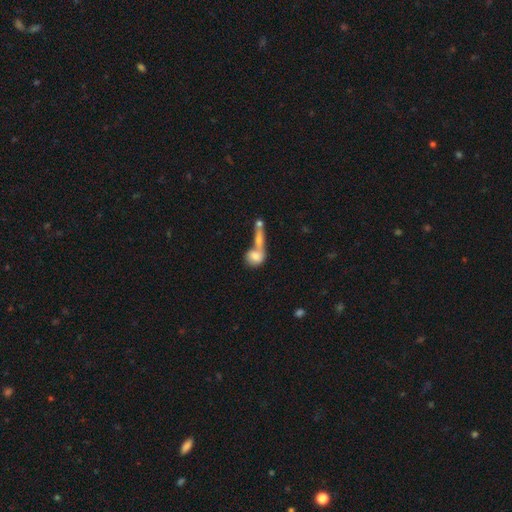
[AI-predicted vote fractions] Q: Smooth or featured?
A: smooth (72%); runner-up: featured or disk (20%)
Q: How rounded?
A: round (49%); runner-up: in between (40%)
Q: Merging?
A: merger (58%); runner-up: none (27%)